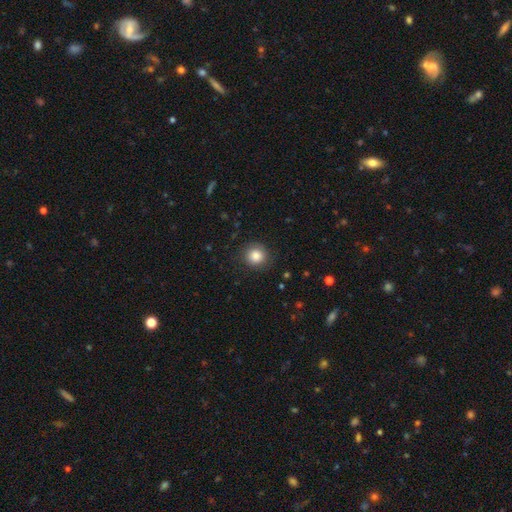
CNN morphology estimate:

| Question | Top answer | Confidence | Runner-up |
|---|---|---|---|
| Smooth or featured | smooth | 84% | star or artifact (9%) |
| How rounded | round | 91% | in between (8%) |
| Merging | none | 87% | minor disturbance (9%) |